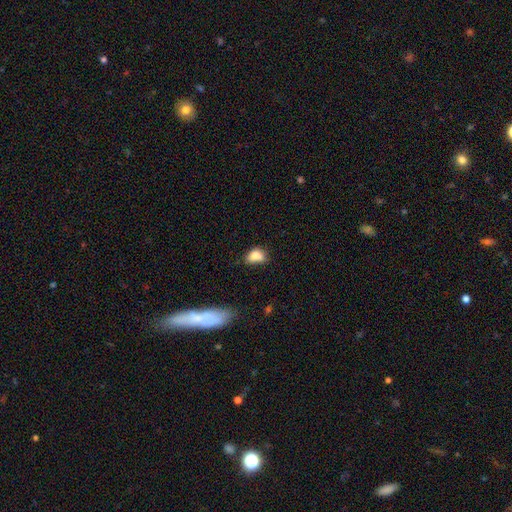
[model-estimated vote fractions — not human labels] A smooth galaxy with no disk features (79%) that is in between round and cigar-shaped (78%).

Vote fractions:
- Smooth or featured? smooth: 79% / featured or disk: 11% / star or artifact: 10%
- How rounded? in between: 78% / round: 19% / cigar-shaped: 3%
- Merging? none: 38% / minor disturbance: 35% / major disturbance: 16% / merger: 11%